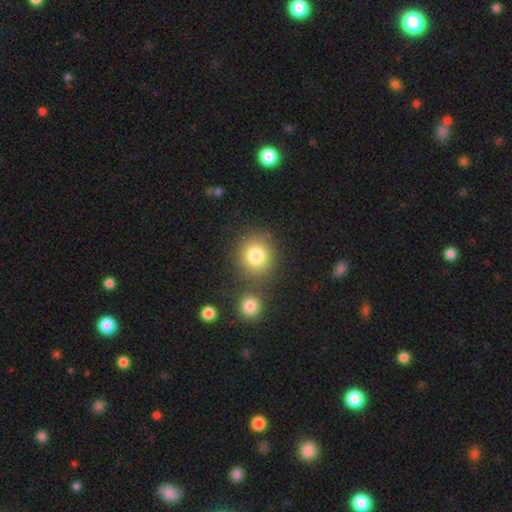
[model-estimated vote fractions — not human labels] smooth_or_featured: smooth (p=0.81) [alt: star or artifact p=0.11]
how_rounded: round (p=0.85) [alt: in between p=0.14]
merging: none (p=0.71) [alt: merger p=0.17]